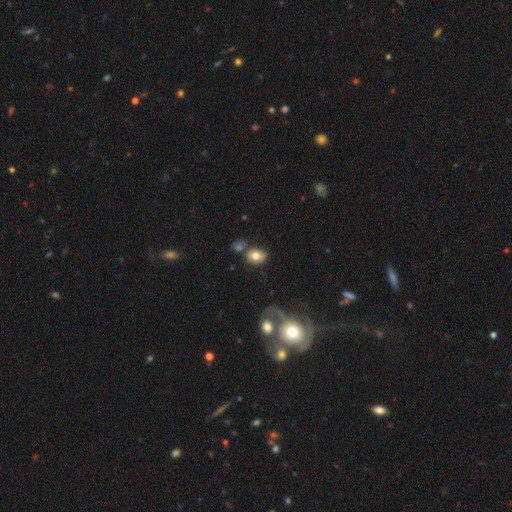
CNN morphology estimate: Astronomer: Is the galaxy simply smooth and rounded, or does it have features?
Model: smooth — 74%.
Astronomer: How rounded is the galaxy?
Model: in between — 68%.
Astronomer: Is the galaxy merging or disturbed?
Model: none — 63%.